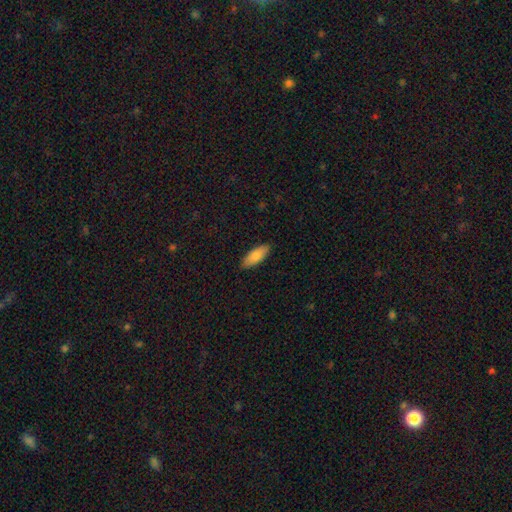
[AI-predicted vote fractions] This is clearly a smooth galaxy (82%). How rounded: likely in between (79%). Merging: clearly none (89%).